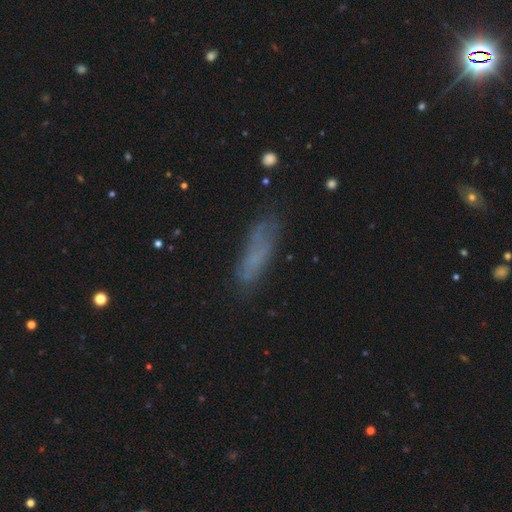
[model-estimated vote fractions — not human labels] smooth 64%, featured or disk 23%, star or artifact 13%. Down the decision tree: how rounded — cigar-shaped (60%); merging — none (68%).